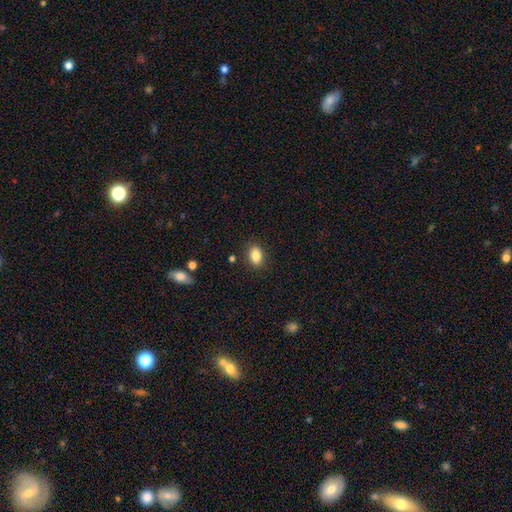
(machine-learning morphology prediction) This is clearly a smooth galaxy (86%). How rounded: clearly in between (82%). Merging: clearly none (86%).